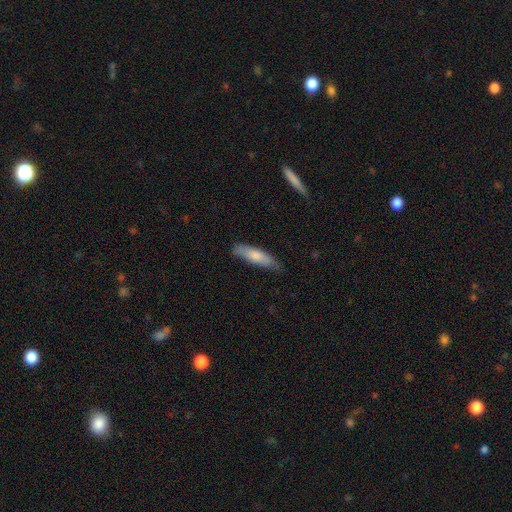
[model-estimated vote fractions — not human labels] Q: Smooth or featured?
A: smooth (76%); runner-up: featured or disk (18%)
Q: How rounded?
A: cigar-shaped (72%); runner-up: in between (27%)
Q: Merging?
A: none (77%); runner-up: minor disturbance (19%)